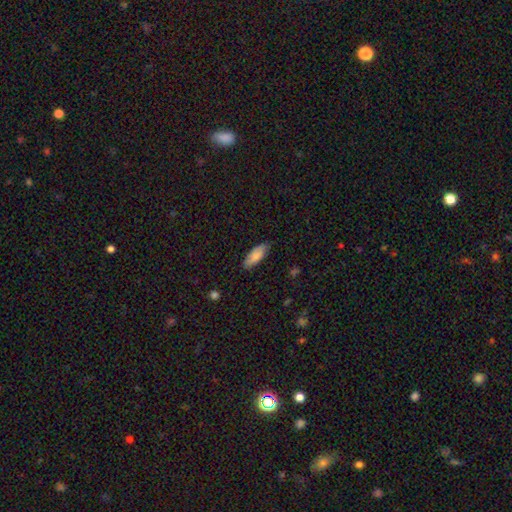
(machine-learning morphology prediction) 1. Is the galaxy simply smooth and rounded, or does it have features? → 82% smooth, 12% featured or disk, 6% star or artifact.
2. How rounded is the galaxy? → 73% in between, 25% cigar-shaped, 2% round.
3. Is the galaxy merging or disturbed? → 84% none, 13% minor disturbance, 2% major disturbance, 1% merger.